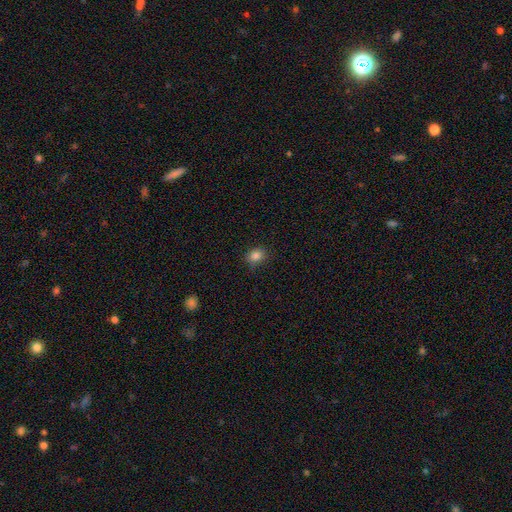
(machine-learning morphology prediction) Smooth or featured? Predicted: smooth (p=0.84). How rounded? Predicted: round (p=0.57). Merging? Predicted: none (p=0.86).